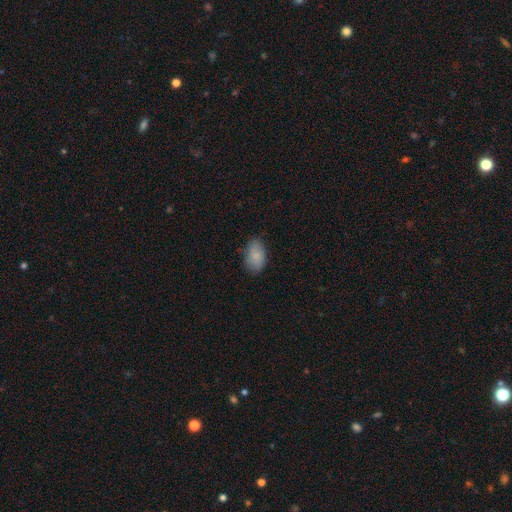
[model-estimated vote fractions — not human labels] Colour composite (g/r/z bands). It shows a smooth galaxy with no disk features (85%) that is in between round and cigar-shaped (91%). Merging: none (75%).